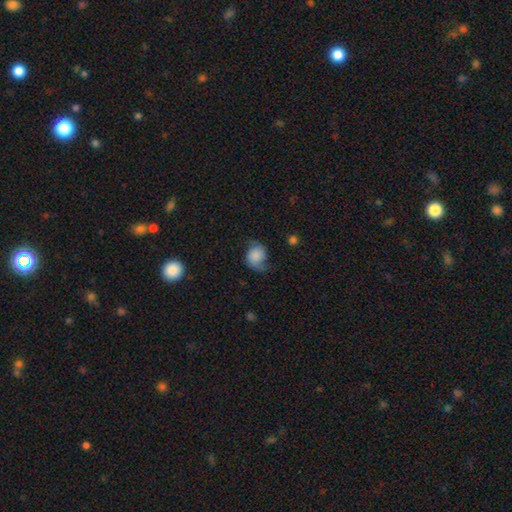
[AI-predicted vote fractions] Smooth or featured: smooth — 58% (featured or disk — 32%)
How rounded: round — 63% (in between — 36%)
Merging: none — 56% (minor disturbance — 29%)